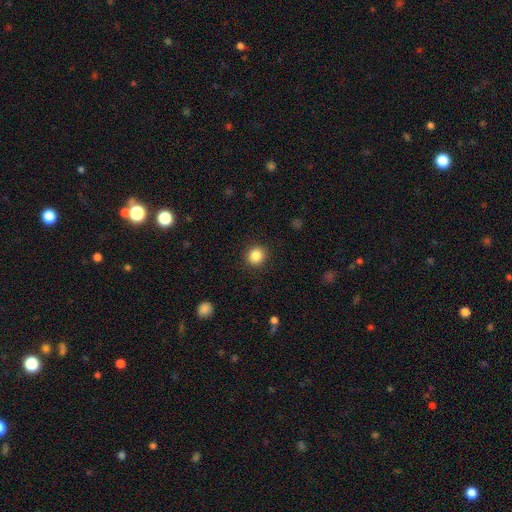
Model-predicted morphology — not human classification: The model was most divided on "smooth or featured": smooth: 86%, star or artifact: 10%, featured or disk: 4%. More confident: merging — none (91%); how rounded — round (89%).